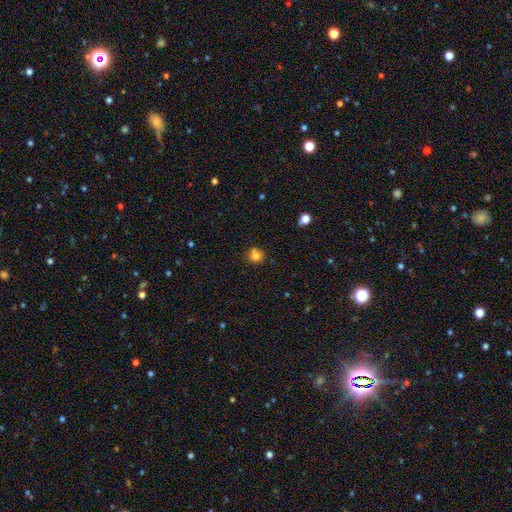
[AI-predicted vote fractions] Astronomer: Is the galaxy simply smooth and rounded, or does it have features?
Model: smooth — 79%.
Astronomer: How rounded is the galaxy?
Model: round — 82%.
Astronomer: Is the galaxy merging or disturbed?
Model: none — 68%.